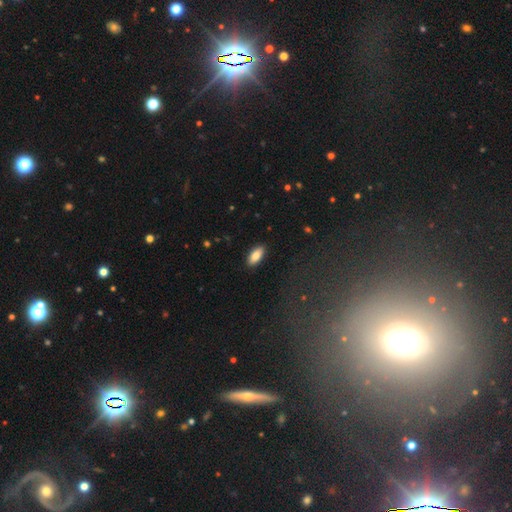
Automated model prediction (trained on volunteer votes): Smooth or featured? smooth (83%)
How rounded? in between (85%)
Merging? none (89%)